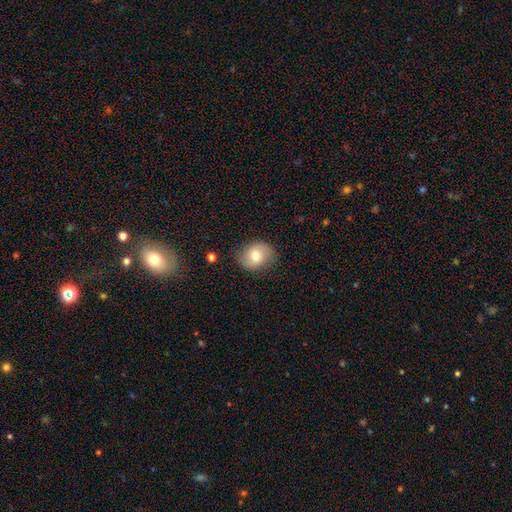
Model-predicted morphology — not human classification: smooth-or-featured: smooth: 63% | featured or disk: 29% | star or artifact: 8%
  how-rounded: in between: 50% | round: 49% | cigar-shaped: 1%
  merging: none: 80% | minor disturbance: 15% | major disturbance: 4% | merger: 1%